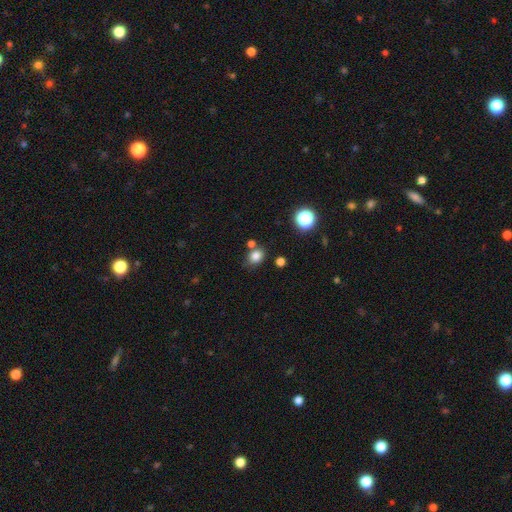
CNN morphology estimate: smooth 81%, star or artifact 13%, featured or disk 6%. Down the decision tree: how rounded — round (53%); merging — none (69%).